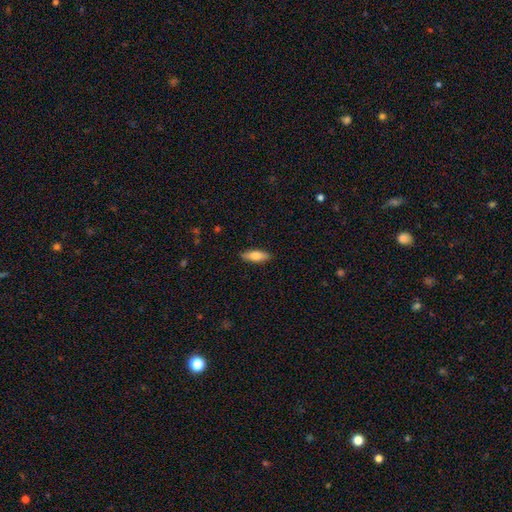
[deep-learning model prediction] A smooth galaxy with no disk features (72%) that is in between round and cigar-shaped (59%). Merging: none (88%).